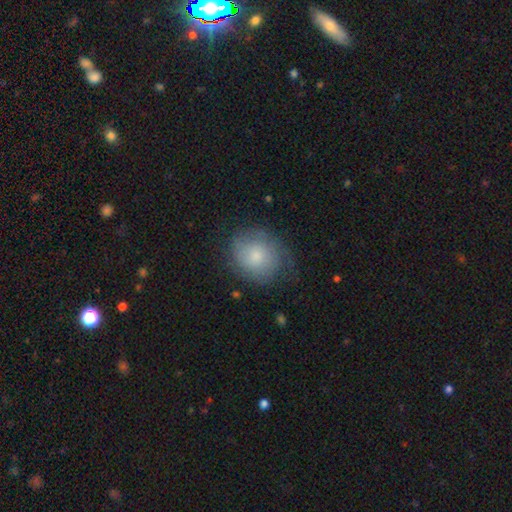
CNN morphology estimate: smooth_or_featured: smooth (p=0.59) [alt: featured or disk p=0.32]
how_rounded: round (p=0.72) [alt: in between p=0.27]
merging: none (p=0.64) [alt: minor disturbance p=0.24]